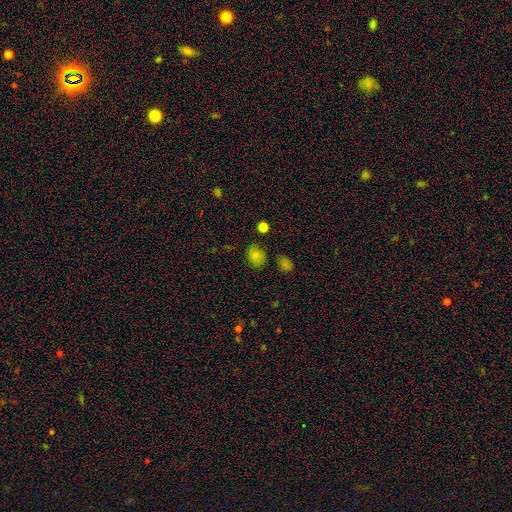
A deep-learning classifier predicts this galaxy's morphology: Overall: smooth (79%). How rounded: in between (58%; round 40%). Merging: none (78%).